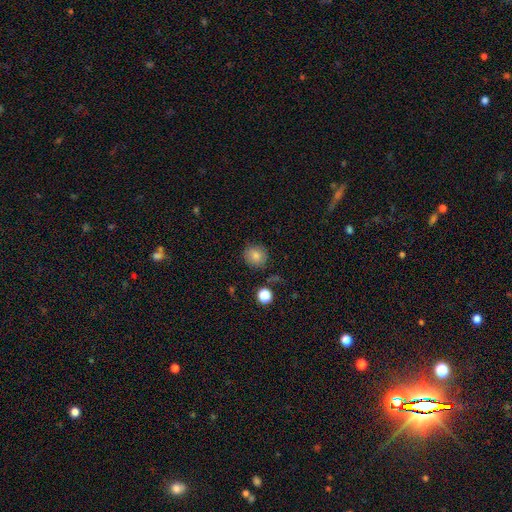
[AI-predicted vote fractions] A smooth galaxy with no disk features (82%) that is round (86%). Merging: none (84%).